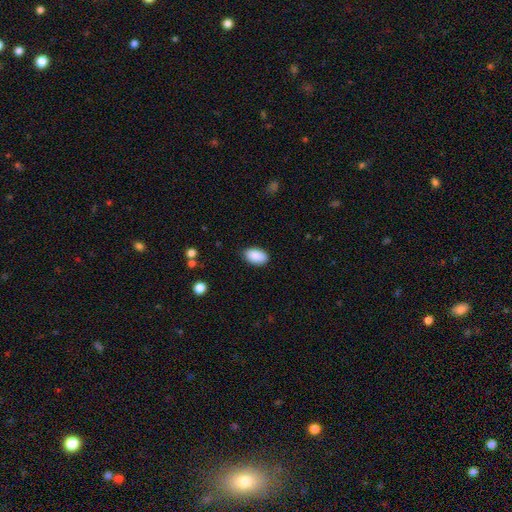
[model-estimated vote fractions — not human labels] Overall: smooth (90%). How rounded: in between (94%). Merging: none (86%).